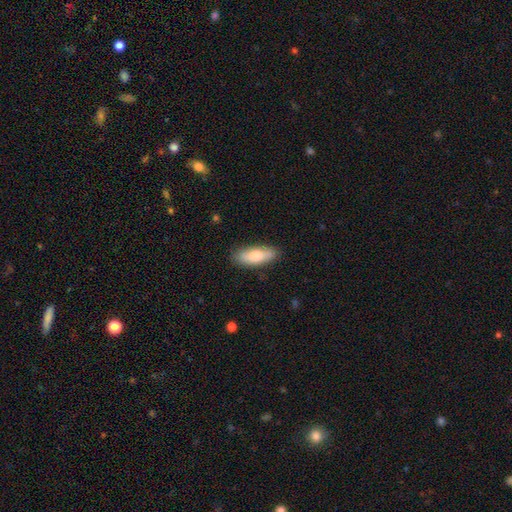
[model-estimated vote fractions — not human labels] Smooth or featured: smooth — 75% (featured or disk — 19%)
How rounded: in between — 64% (cigar-shaped — 34%)
Merging: none — 86% (minor disturbance — 11%)